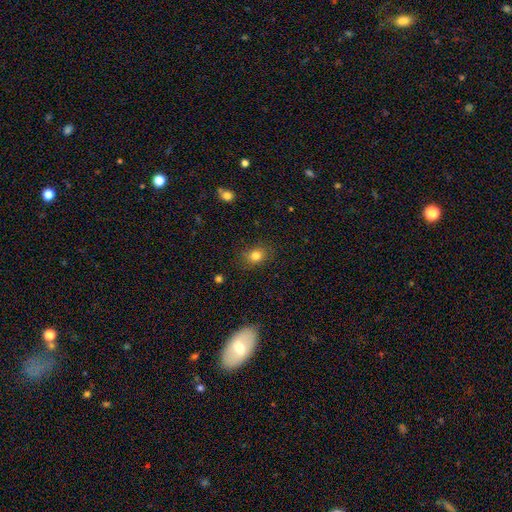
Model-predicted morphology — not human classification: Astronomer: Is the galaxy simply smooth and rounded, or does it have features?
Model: smooth — 81%.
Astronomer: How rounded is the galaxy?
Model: round — 50% (runner-up: in between, 48%).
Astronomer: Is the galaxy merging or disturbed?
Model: none — 84%.